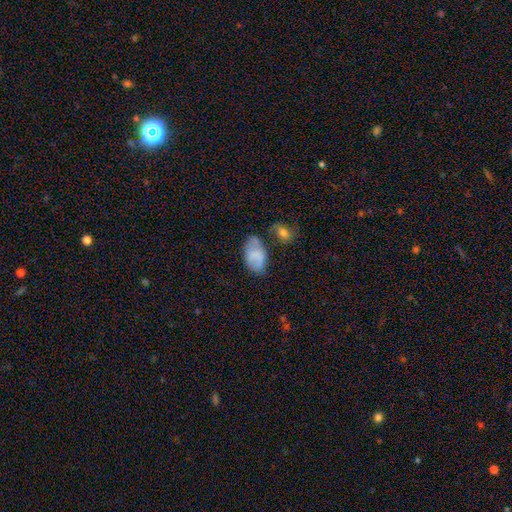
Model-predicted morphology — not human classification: This is likely a smooth galaxy (70%). How rounded: clearly in between (92%). Merging: possibly none (50%).